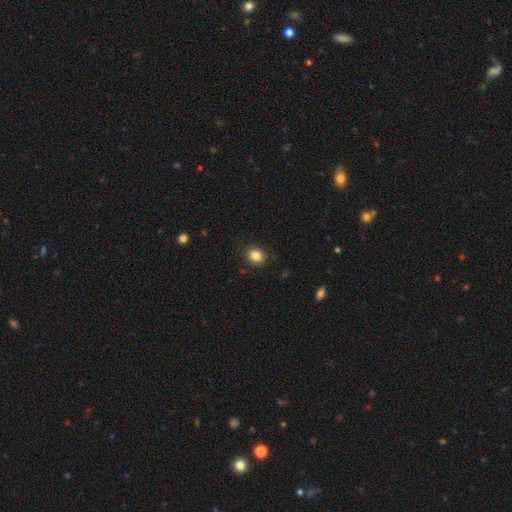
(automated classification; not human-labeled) smooth-or-featured: smooth: 85% | star or artifact: 10% | featured or disk: 5%
  how-rounded: round: 68% | in between: 31% | cigar-shaped: 1%
  merging: none: 90% | minor disturbance: 7% | major disturbance: 2% | merger: 1%